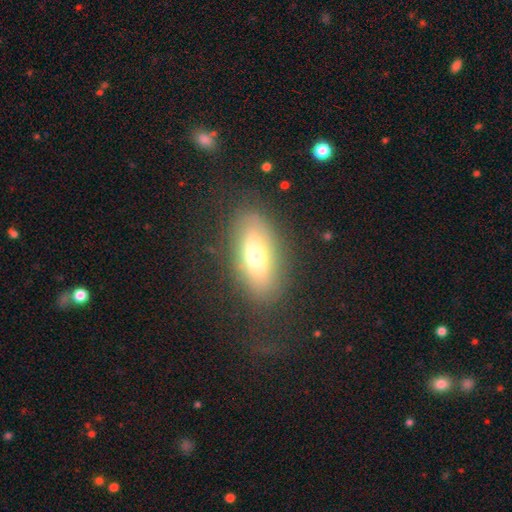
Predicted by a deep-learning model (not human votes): The model was most divided on "smooth or featured": smooth: 60%, featured or disk: 31%, star or artifact: 9%. More confident: how rounded — in between (83%); merging — none (69%).